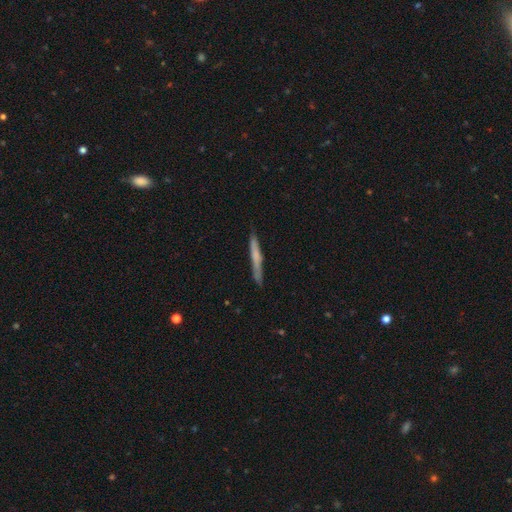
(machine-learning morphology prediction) smooth-or-featured: smooth: 56% | featured or disk: 38% | star or artifact: 6%
  how-rounded: cigar-shaped: 96% | in between: 3% | round: 1%
  merging: none: 84% | minor disturbance: 13% | major disturbance: 2% | merger: 2%